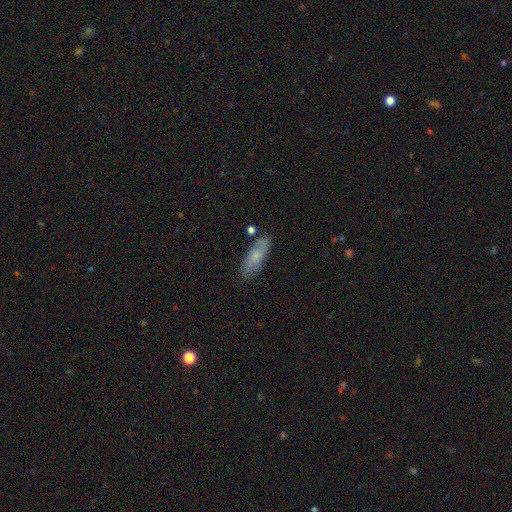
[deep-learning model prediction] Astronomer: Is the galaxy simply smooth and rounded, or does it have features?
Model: smooth — 72%.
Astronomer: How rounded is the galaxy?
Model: in between — 57% (runner-up: cigar-shaped, 41%).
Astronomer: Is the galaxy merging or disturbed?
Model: none — 81%.